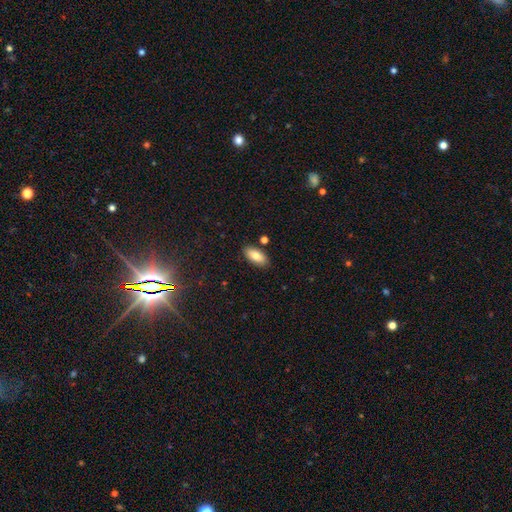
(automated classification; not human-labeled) A smooth galaxy with no disk features (79%) that is in between round and cigar-shaped (89%). Merging: none (85%).